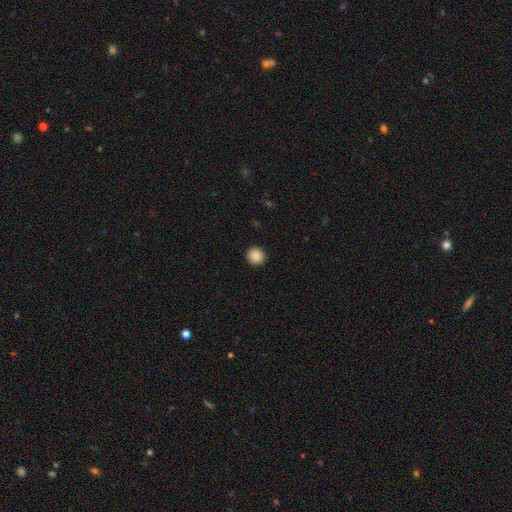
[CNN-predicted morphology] type=smooth (88%); roundness=round (93%); merging=none (93%).